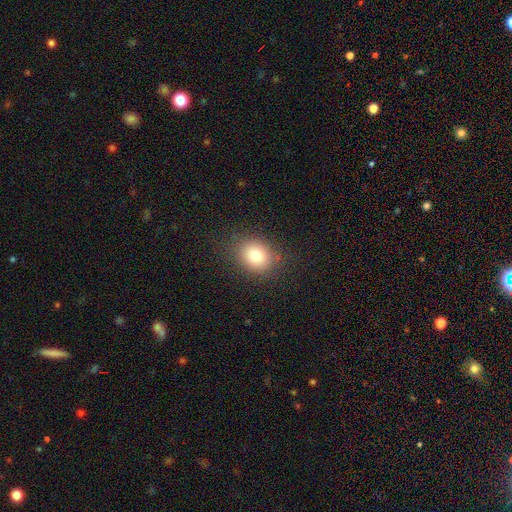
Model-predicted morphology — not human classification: The model was most divided on "how rounded": in between: 50%, round: 49%, cigar-shaped: 1%. More confident: smooth or featured — smooth (82%); merging — none (81%).